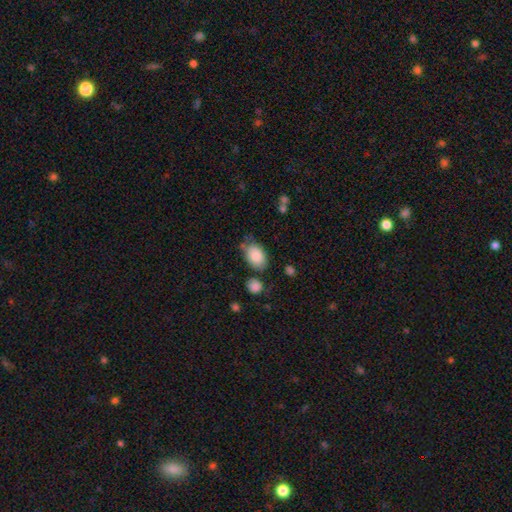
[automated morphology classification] The model was most divided on "merging": none: 63%, minor disturbance: 24%, merger: 7%, major disturbance: 6%. More confident: smooth or featured — smooth (86%); how rounded — in between (86%).